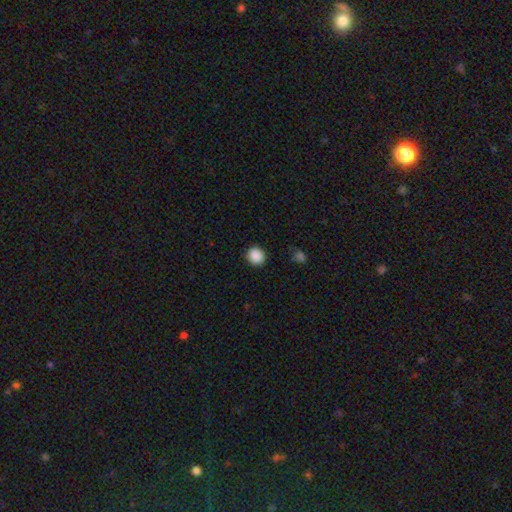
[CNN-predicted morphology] type=smooth (89%); roundness=round (84%); merging=none (90%).